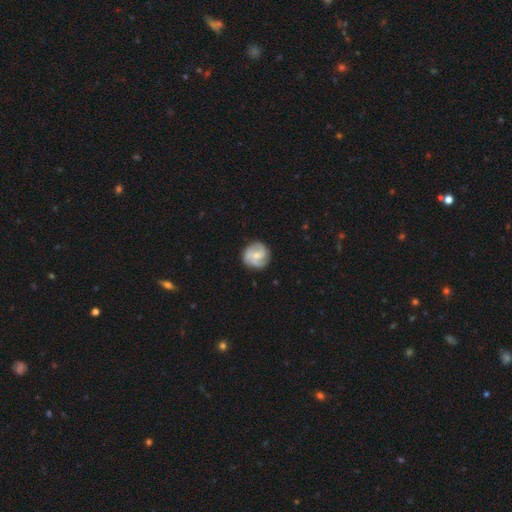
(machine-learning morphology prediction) Q: Smooth or featured?
A: featured or disk (73%); runner-up: smooth (22%)
Q: Edge-on disk?
A: no (98%); runner-up: yes (2%)
Q: Bar?
A: no (53%); runner-up: weak (39%)
Q: Spiral arms?
A: yes (94%); runner-up: no (6%)
Q: Spiral winding?
A: tight (46%); runner-up: medium (42%)
Q: Spiral arm count?
A: 3 (47%); runner-up: 2 (26%)
Q: Bulge size?
A: small (56%); runner-up: moderate (38%)
Q: Merging?
A: none (82%); runner-up: minor disturbance (14%)